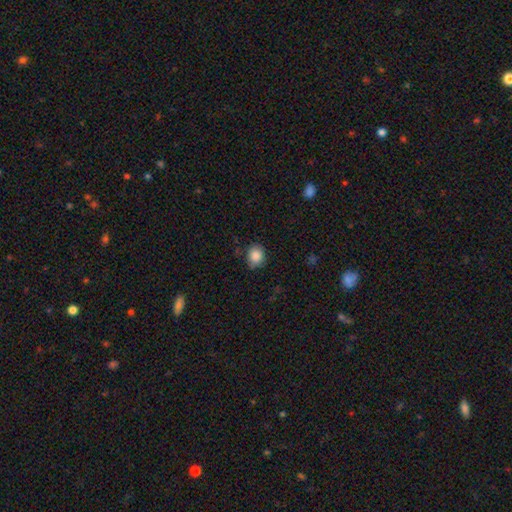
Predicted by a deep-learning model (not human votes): This is clearly a smooth galaxy (87%). How rounded: likely round (69%). Merging: likely none (78%).